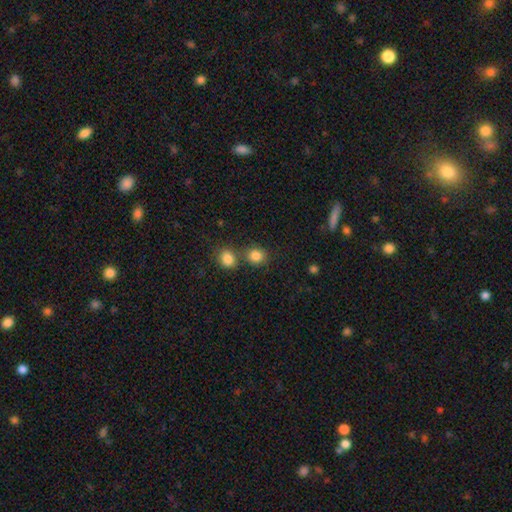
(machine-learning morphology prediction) Smooth or featured: smooth — 83% (star or artifact — 11%)
How rounded: round — 75% (in between — 24%)
Merging: none — 61% (merger — 26%)